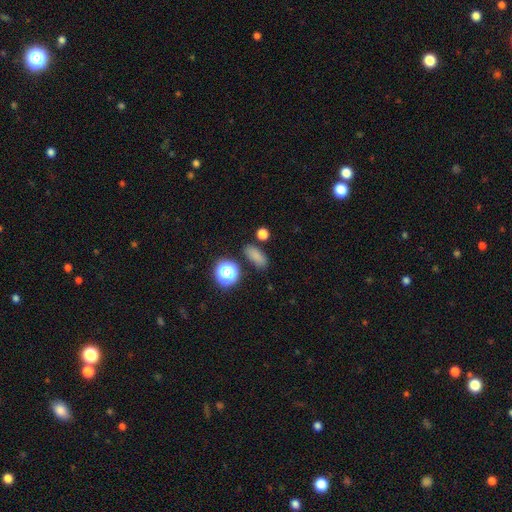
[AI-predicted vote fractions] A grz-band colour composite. It shows a smooth galaxy with no disk features (79%) that is in between round and cigar-shaped (75%). Merging: none (79%).